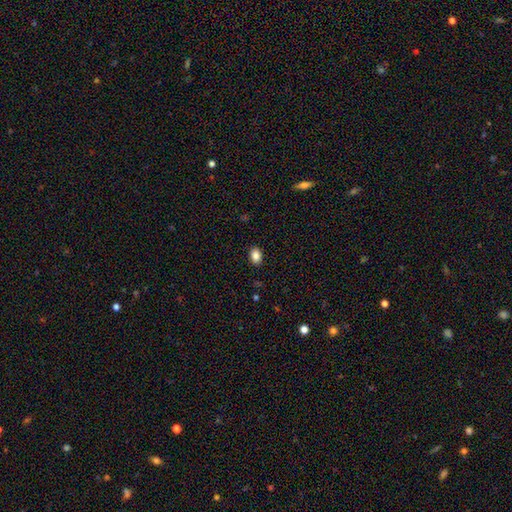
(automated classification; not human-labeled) Overall: smooth (86%). How rounded: in between (76%). Merging: none (89%).